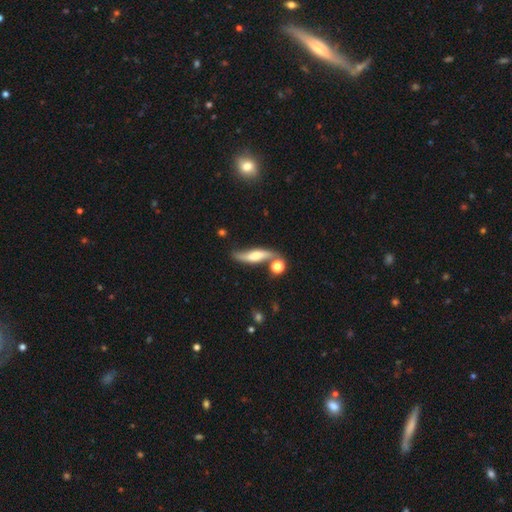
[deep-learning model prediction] A featured or disk galaxy (58%) viewed edge-on (59%). Merging: none (63%).